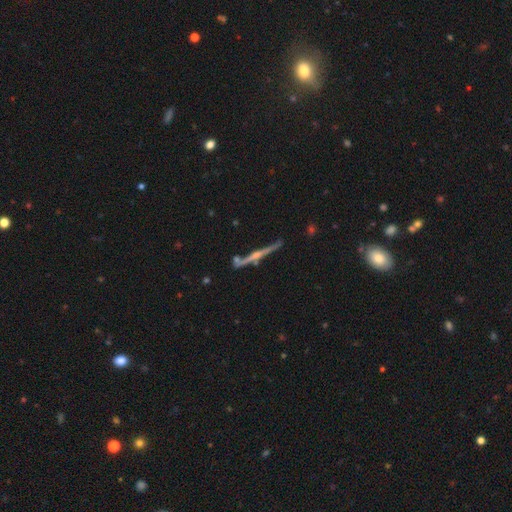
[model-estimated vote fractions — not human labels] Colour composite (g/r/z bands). It shows a featured or disk galaxy (77%) viewed edge-on (97%) with a rounded central bulge (66%). Merging: none (77%).